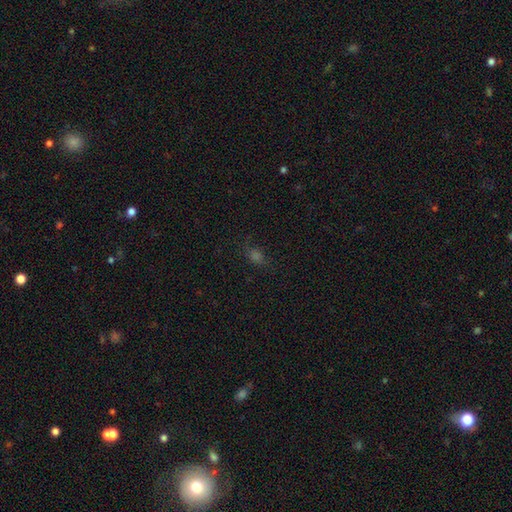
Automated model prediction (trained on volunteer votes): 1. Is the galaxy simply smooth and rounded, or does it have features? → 53% smooth, 36% star or artifact, 11% featured or disk.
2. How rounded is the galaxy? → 57% in between, 39% round, 5% cigar-shaped.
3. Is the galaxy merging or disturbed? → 76% none, 15% minor disturbance, 7% major disturbance, 2% merger.